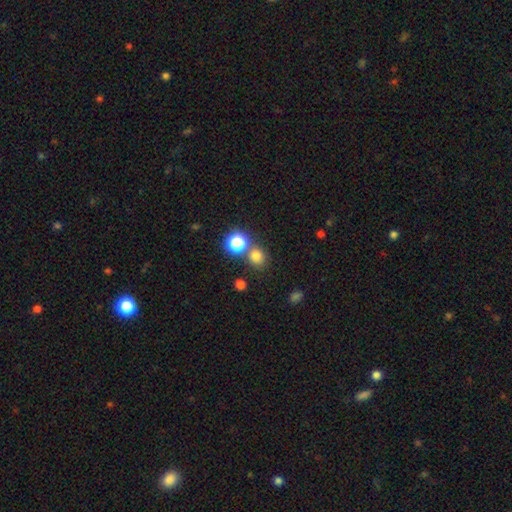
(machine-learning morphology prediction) This appears to be a smooth galaxy with no disk features (74%) that is round (83%). Merging: none (69%).